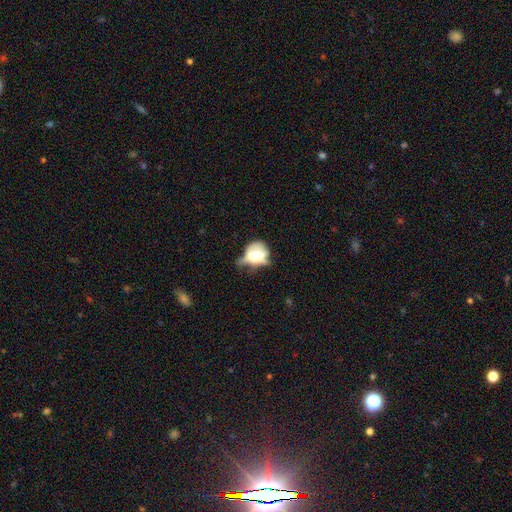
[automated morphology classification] The model was most divided on "merging": major disturbance: 32%, none: 31%, minor disturbance: 24%, merger: 12%. Remaining: smooth or featured — smooth (46%).